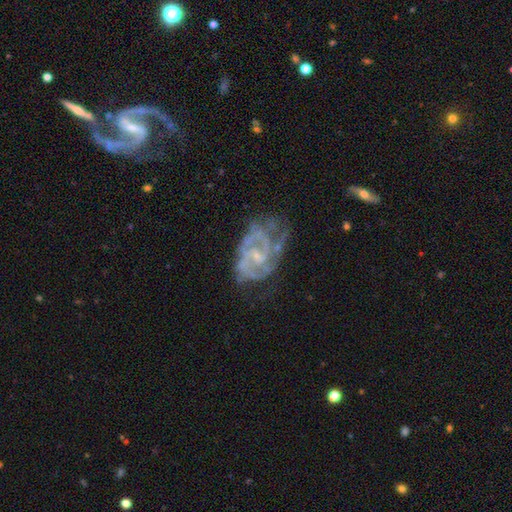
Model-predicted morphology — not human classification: Smooth or featured: featured or disk — 85% (smooth — 8%)
Edge-on disk: no — 97% (yes — 3%)
Bar: no — 46% (weak — 44%)
Spiral arms: yes — 90% (no — 10%)
Spiral winding: tight — 47% (medium — 42%)
Spiral arm count: 2 — 40% (can't tell — 26%)
Bulge size: small — 55% (moderate — 24%)
Merging: none — 51% (minor disturbance — 25%)